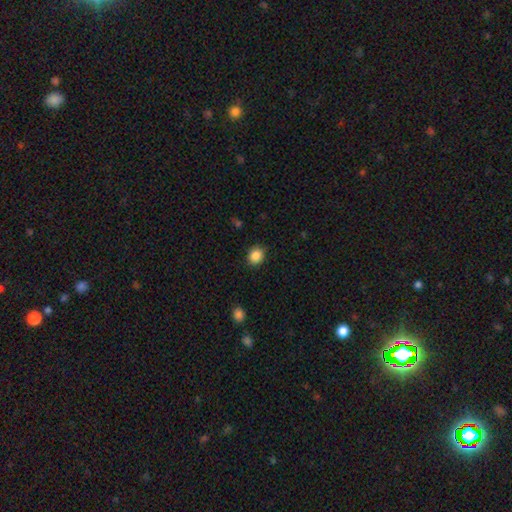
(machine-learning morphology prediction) Smooth or featured? smooth (87%)
How rounded? round (72%)
Merging? none (89%)